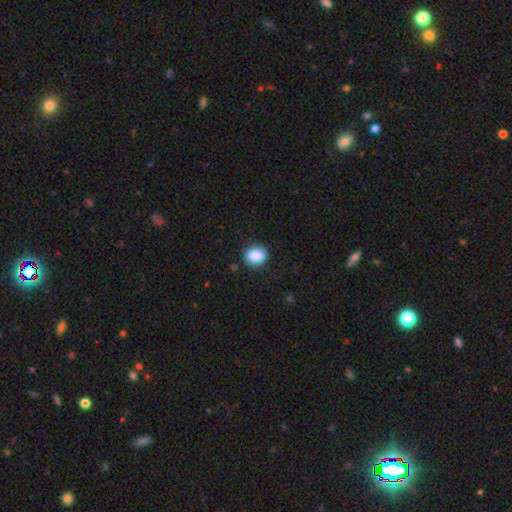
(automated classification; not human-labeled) Smooth or featured? Predicted: smooth (p=0.87). How rounded? Predicted: in between (p=0.52). Merging? Predicted: none (p=0.86).